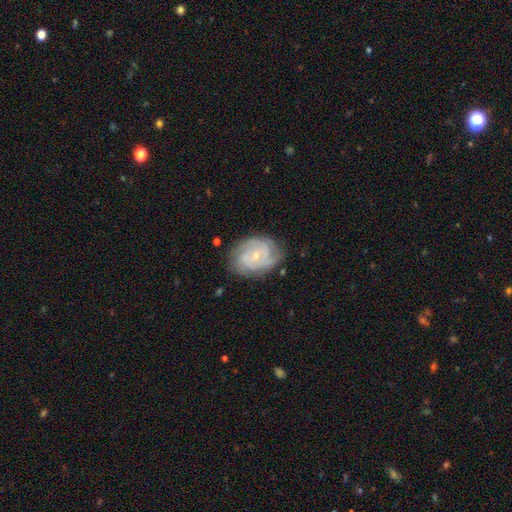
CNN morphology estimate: Overall: featured or disk (82%). Edge-on disk: no (97%). Bar: no (68%). Spiral arms: yes (95%). Spiral arm count: 2 (33%; 3 28%). Spiral winding: tight (62%; medium 32%). Bulge size: small (73%). Merging: none (75%).